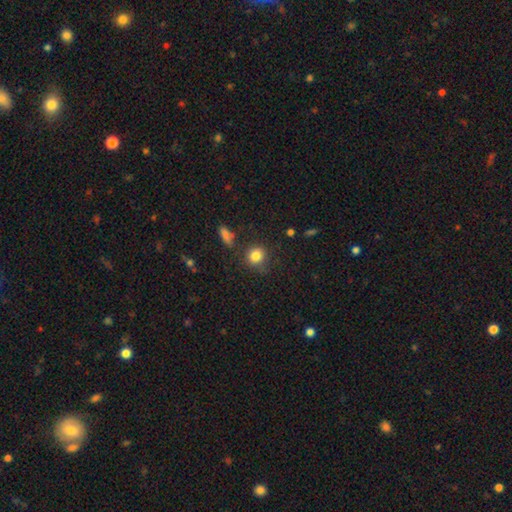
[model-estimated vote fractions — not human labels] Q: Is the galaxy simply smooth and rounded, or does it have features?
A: smooth — 83%.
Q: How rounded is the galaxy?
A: round — 83%.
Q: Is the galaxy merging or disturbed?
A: none — 79%.